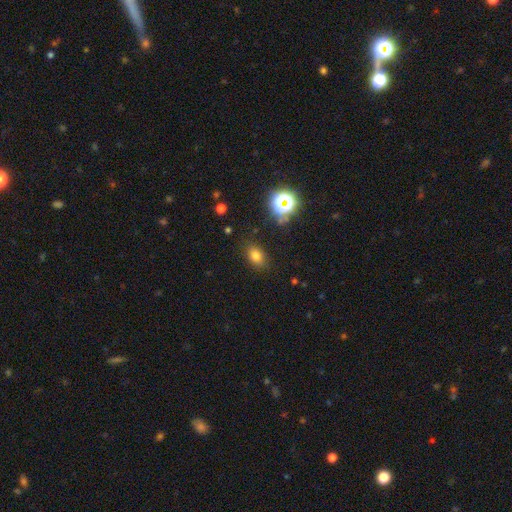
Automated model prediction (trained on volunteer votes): A smooth galaxy with no disk features (73%) that is in between round and cigar-shaped (72%).

Vote fractions:
- Smooth or featured? smooth: 73% / star or artifact: 18% / featured or disk: 9%
- How rounded? in between: 72% / round: 26% / cigar-shaped: 2%
- Merging? none: 83% / minor disturbance: 11% / major disturbance: 4% / merger: 2%